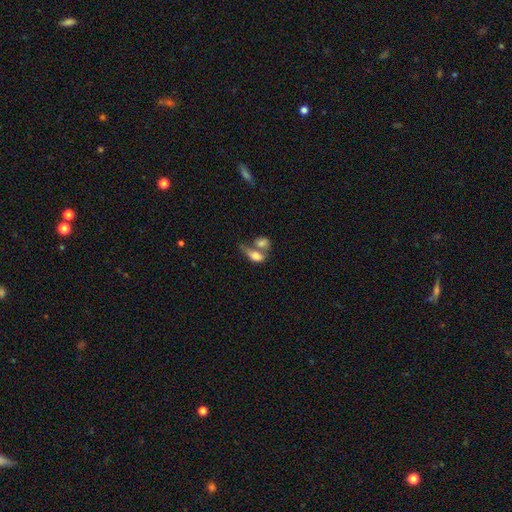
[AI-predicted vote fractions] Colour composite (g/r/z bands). It shows a smooth galaxy with no disk features (71%) that is in between round and cigar-shaped (81%). Merging: merger (62%).